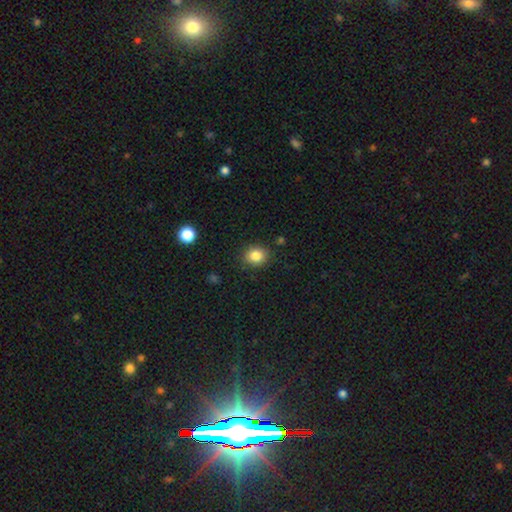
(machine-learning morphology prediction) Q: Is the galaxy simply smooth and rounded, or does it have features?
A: smooth — 84%.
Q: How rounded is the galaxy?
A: round — 65%.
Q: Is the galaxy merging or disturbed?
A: none — 87%.